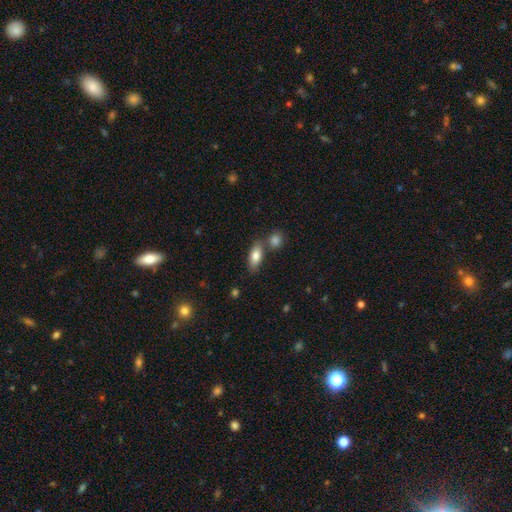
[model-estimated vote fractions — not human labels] A smooth galaxy with no disk features (81%) that is in between round and cigar-shaped (81%).

Vote fractions:
- Smooth or featured? smooth: 81% / featured or disk: 12% / star or artifact: 7%
- How rounded? in between: 81% / cigar-shaped: 14% / round: 4%
- Merging? none: 62% / merger: 22% / minor disturbance: 12% / major disturbance: 4%